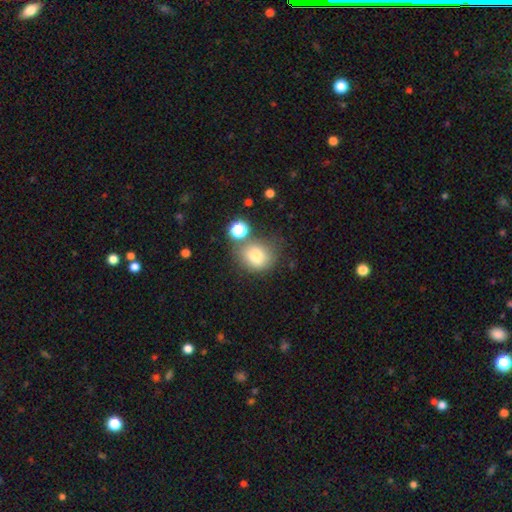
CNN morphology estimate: smooth-or-featured: smooth: 78% | star or artifact: 12% | featured or disk: 10%
  how-rounded: round: 65% | in between: 33% | cigar-shaped: 1%
  merging: none: 59% | minor disturbance: 18% | merger: 15% | major disturbance: 7%